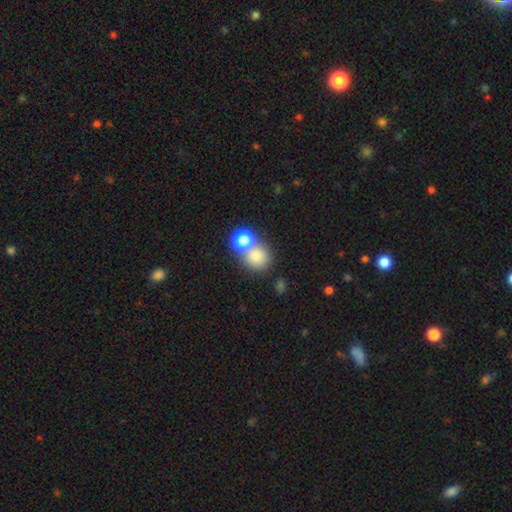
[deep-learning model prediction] smooth-or-featured: smooth: 77% | star or artifact: 14% | featured or disk: 10%
  how-rounded: round: 81% | in between: 18% | cigar-shaped: 1%
  merging: none: 48% | merger: 40% | minor disturbance: 8% | major disturbance: 4%